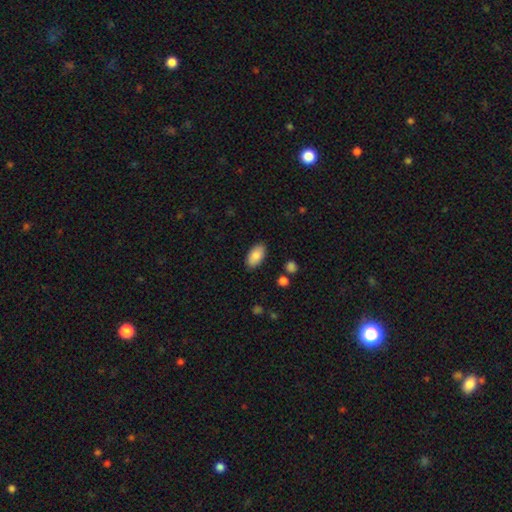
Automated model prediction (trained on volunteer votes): smooth-or-featured: smooth: 87% | featured or disk: 7% | star or artifact: 7%
  how-rounded: in between: 94% | cigar-shaped: 3% | round: 3%
  merging: none: 87% | minor disturbance: 9% | major disturbance: 2% | merger: 1%